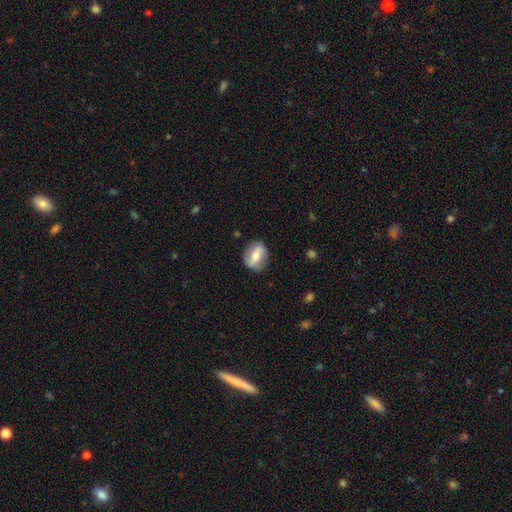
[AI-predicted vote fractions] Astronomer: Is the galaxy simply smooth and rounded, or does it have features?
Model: featured or disk — 54% (runner-up: smooth, 39%).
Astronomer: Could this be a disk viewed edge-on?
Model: no — 91%.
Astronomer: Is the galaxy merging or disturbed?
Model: none — 81%.